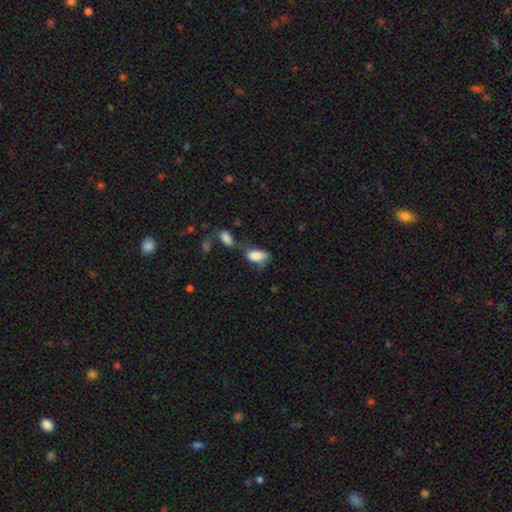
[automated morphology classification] Overall: smooth (81%). How rounded: in between (88%). Merging: none (36%; minor disturbance 25%).